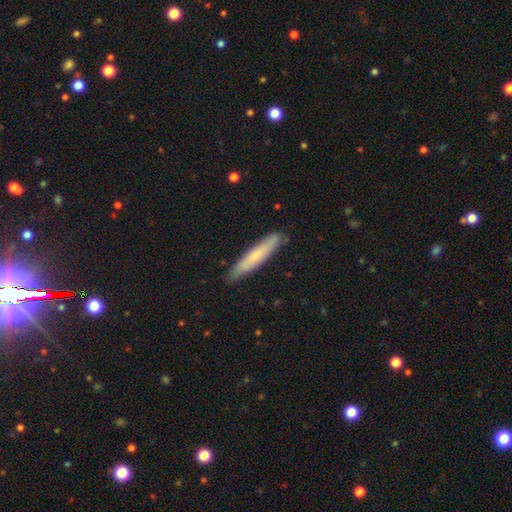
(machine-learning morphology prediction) This appears to be a smooth galaxy with no disk features (63%) that is cigar-shaped (92%). Merging: none (87%).